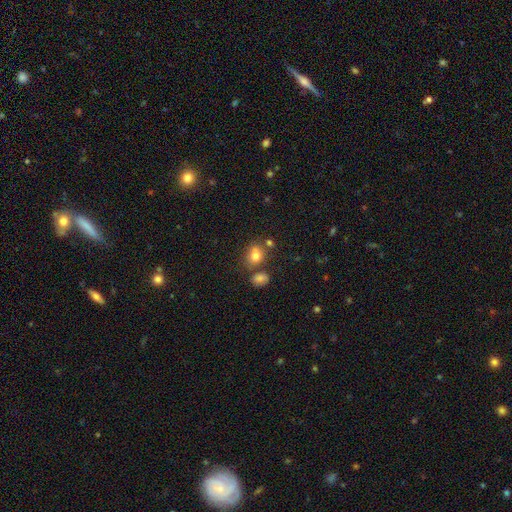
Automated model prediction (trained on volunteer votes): smooth 77%, star or artifact 13%, featured or disk 10%. Down the decision tree: how rounded — in between (53%); merging — none (64%).